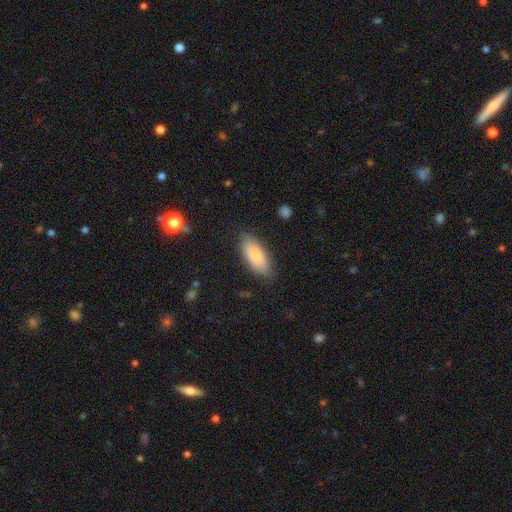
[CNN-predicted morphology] Overall: smooth (83%). How rounded: in between (85%). Merging: none (82%).